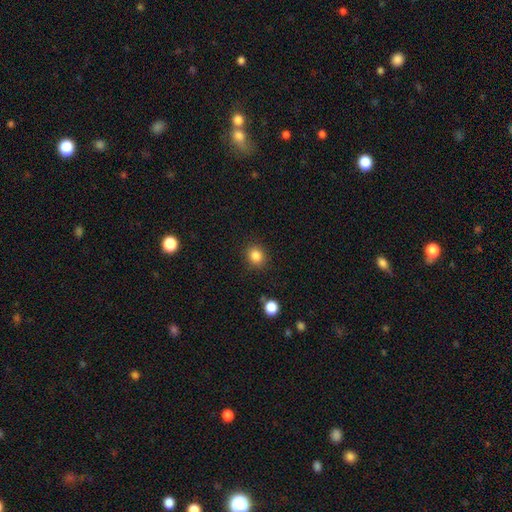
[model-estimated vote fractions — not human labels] smooth 85%, star or artifact 11%, featured or disk 4%. Down the decision tree: how rounded — round (77%); merging — none (88%).